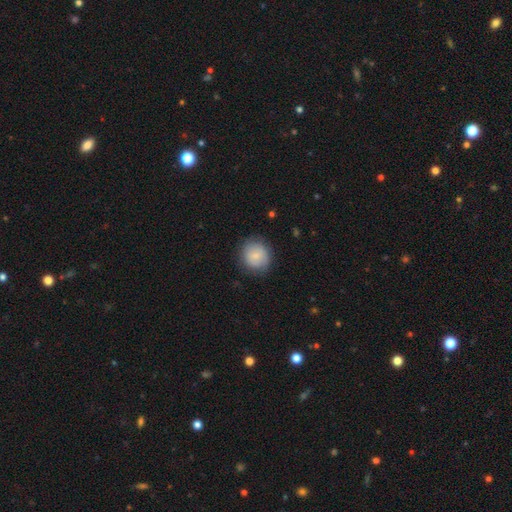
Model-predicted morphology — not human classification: Smooth or featured? smooth (79%)
How rounded? round (88%)
Merging? none (83%)